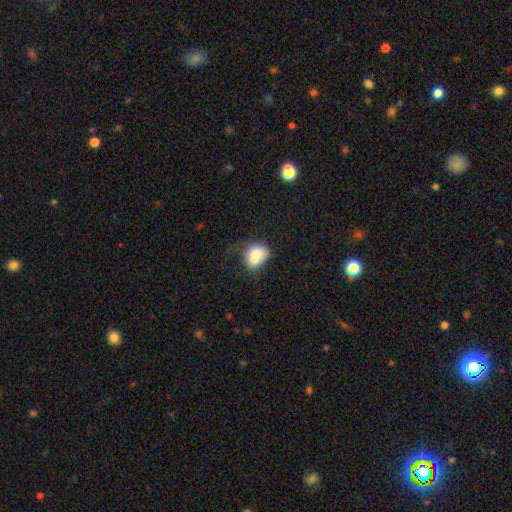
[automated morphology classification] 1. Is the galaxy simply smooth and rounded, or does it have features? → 73% smooth, 18% featured or disk, 9% star or artifact.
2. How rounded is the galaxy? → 52% in between, 47% round, 1% cigar-shaped.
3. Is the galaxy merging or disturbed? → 39% merger, 29% none, 20% minor disturbance, 12% major disturbance.